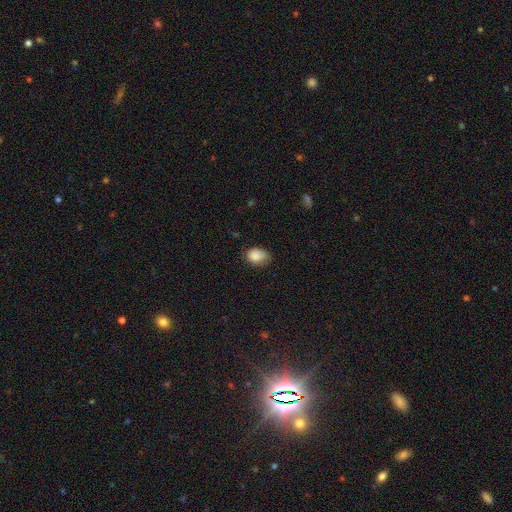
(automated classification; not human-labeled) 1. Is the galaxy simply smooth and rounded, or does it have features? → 86% smooth, 9% star or artifact, 6% featured or disk.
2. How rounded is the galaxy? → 62% in between, 37% round, 1% cigar-shaped.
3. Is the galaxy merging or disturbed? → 56% none, 34% minor disturbance, 8% major disturbance, 2% merger.